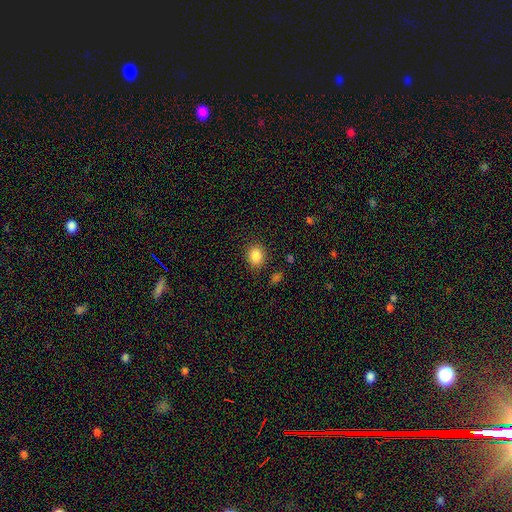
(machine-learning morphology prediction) Smooth or featured? smooth (86%)
How rounded? round (70%)
Merging? none (85%)